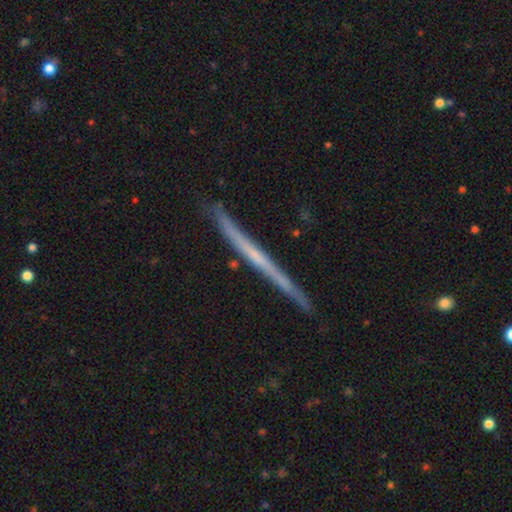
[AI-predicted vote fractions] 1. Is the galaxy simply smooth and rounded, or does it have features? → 64% featured or disk, 30% smooth, 6% star or artifact.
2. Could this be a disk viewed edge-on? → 97% yes, 3% no.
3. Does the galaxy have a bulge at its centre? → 88% none, 9% rounded, 4% boxy.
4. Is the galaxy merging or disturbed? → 88% none, 9% minor disturbance, 1% major disturbance, 1% merger.